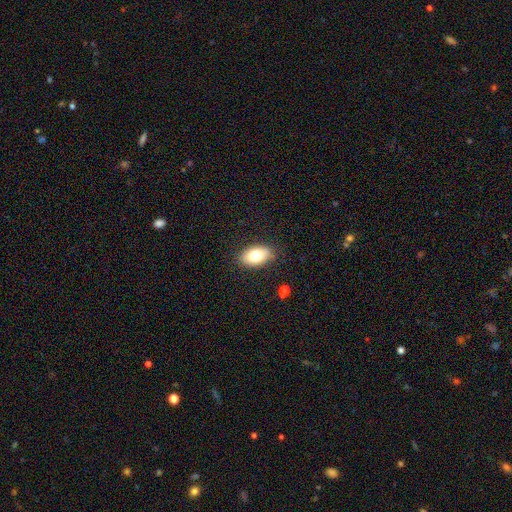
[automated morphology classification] Smooth or featured? Predicted: smooth (p=0.77). How rounded? Predicted: in between (p=0.91). Merging? Predicted: none (p=0.86).